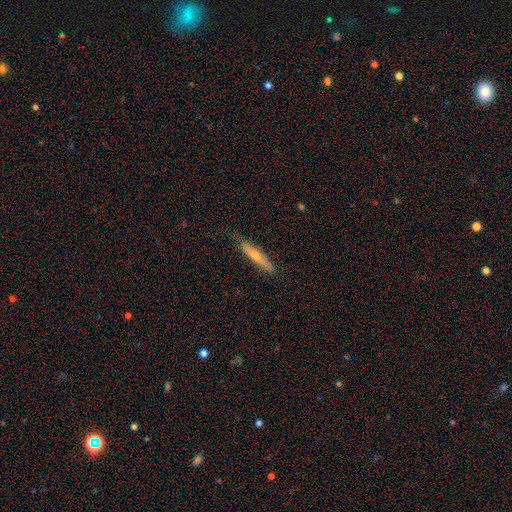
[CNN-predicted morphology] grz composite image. It shows a smooth galaxy with no disk features (53%) that is cigar-shaped (89%). Merging: none (75%).